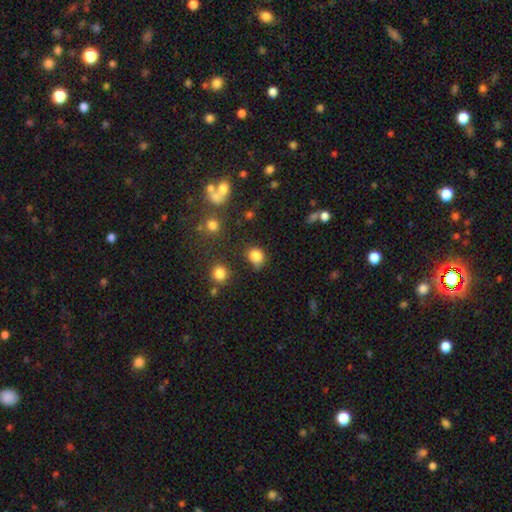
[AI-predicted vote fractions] smooth-or-featured: smooth: 83% | star or artifact: 12% | featured or disk: 5%
  how-rounded: round: 63% | in between: 36% | cigar-shaped: 1%
  merging: none: 65% | minor disturbance: 23% | major disturbance: 6% | merger: 5%